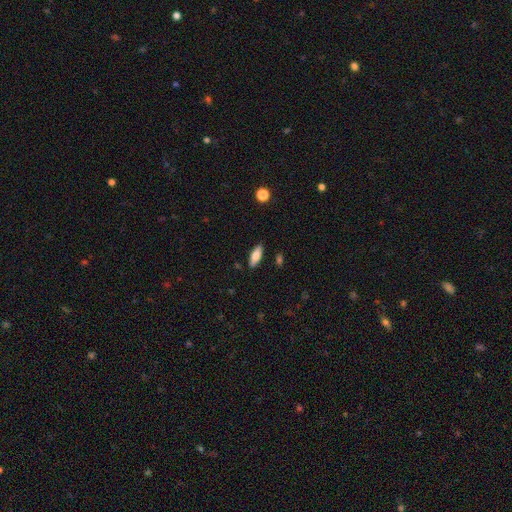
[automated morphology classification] The model was most divided on "how rounded": in between: 72%, cigar-shaped: 26%, round: 2%. More confident: merging — none (87%); smooth or featured — smooth (74%).